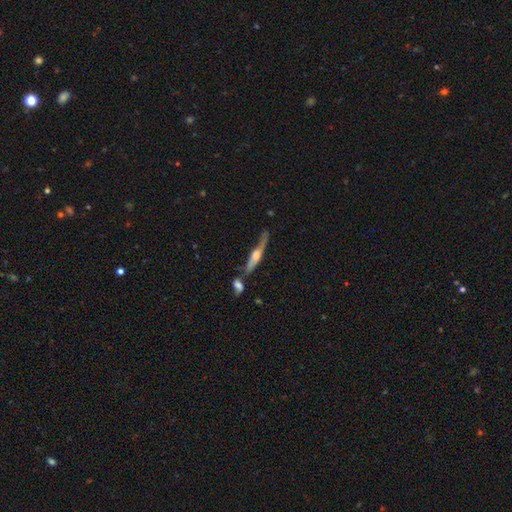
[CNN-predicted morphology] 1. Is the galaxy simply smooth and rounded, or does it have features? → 76% featured or disk, 17% smooth, 7% star or artifact.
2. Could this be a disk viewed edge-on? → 93% yes, 7% no.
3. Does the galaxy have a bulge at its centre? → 79% rounded, 15% boxy, 6% none.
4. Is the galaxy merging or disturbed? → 56% none, 18% minor disturbance, 18% merger, 8% major disturbance.